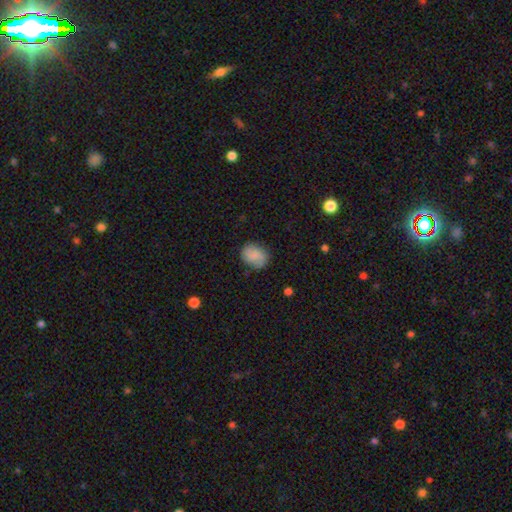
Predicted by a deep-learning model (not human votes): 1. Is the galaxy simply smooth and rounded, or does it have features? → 76% smooth, 15% featured or disk, 8% star or artifact.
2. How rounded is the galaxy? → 53% round, 46% in between, 1% cigar-shaped.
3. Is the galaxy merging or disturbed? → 73% none, 20% minor disturbance, 5% major disturbance, 1% merger.